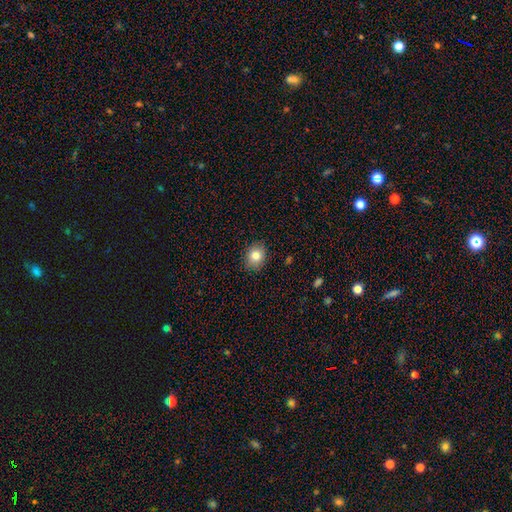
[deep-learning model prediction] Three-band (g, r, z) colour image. It shows a smooth galaxy with no disk features (82%) that is round (62%). Merging: none (88%).